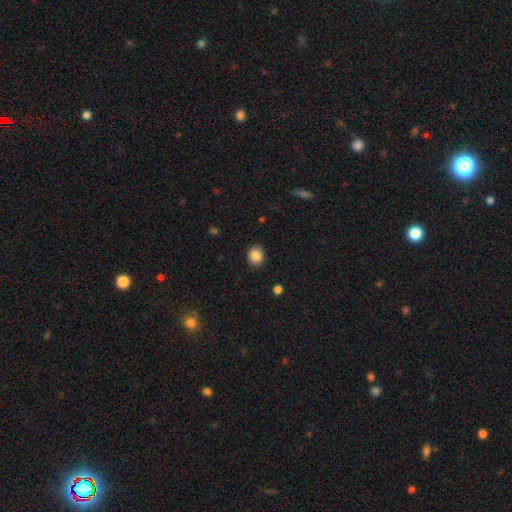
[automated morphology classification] Smooth or featured: smooth — 86% (star or artifact — 10%)
How rounded: round — 76% (in between — 23%)
Merging: none — 90% (minor disturbance — 7%)